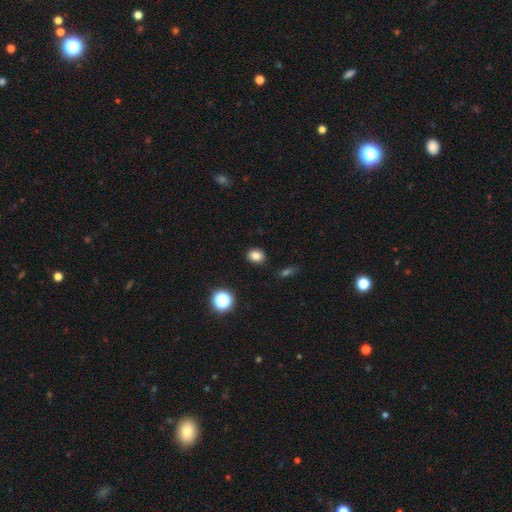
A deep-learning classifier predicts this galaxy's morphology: smooth 81%, star or artifact 13%, featured or disk 6%. Down the decision tree: how rounded — round (56%); merging — none (87%).